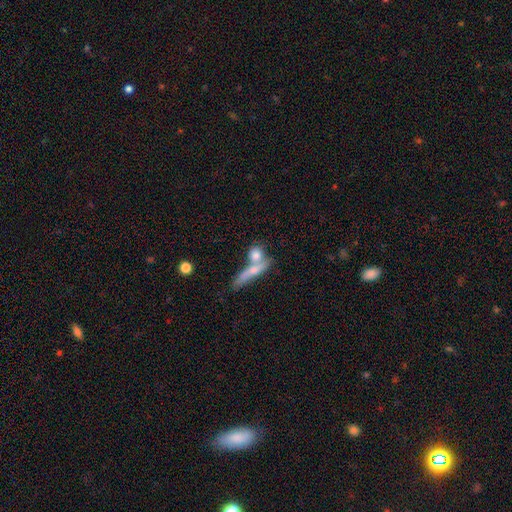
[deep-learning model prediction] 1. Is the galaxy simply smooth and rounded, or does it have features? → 71% smooth, 21% featured or disk, 8% star or artifact.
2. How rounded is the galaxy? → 47% round, 27% cigar-shaped, 25% in between.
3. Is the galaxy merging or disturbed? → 43% merger, 40% none, 10% minor disturbance, 7% major disturbance.